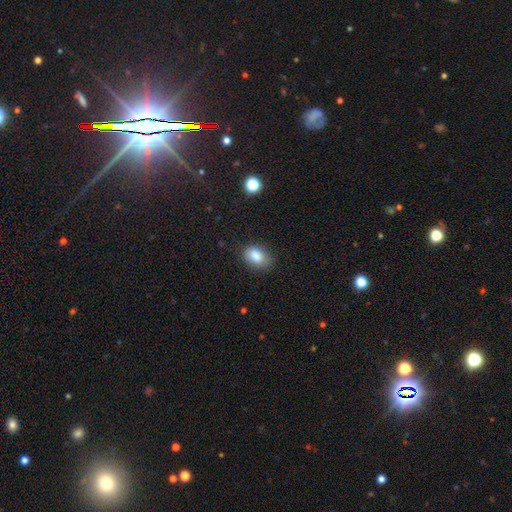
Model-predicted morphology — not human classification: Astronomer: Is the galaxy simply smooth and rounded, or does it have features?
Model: smooth — 85%.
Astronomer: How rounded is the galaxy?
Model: in between — 84%.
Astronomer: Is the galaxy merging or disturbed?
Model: none — 78%.